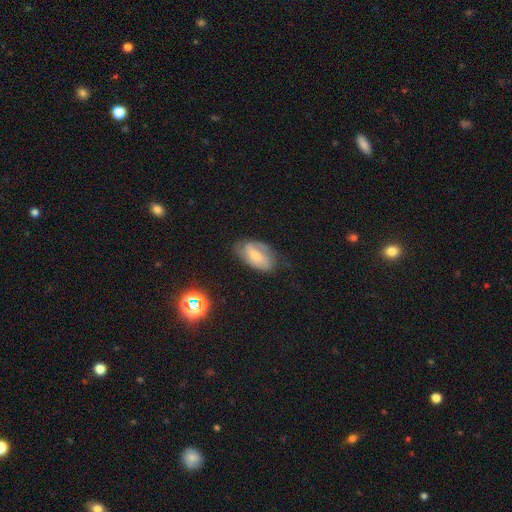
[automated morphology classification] Overall: featured or disk (62%; smooth 30%). Edge-on disk: no (95%). Bar: no (46%; weak 39%). Spiral arms: yes (87%). Spiral arm count: 2 (61%). Spiral winding: medium (43%; tight 36%). Bulge size: small (57%; moderate 34%). Merging: none (63%; minor disturbance 25%).